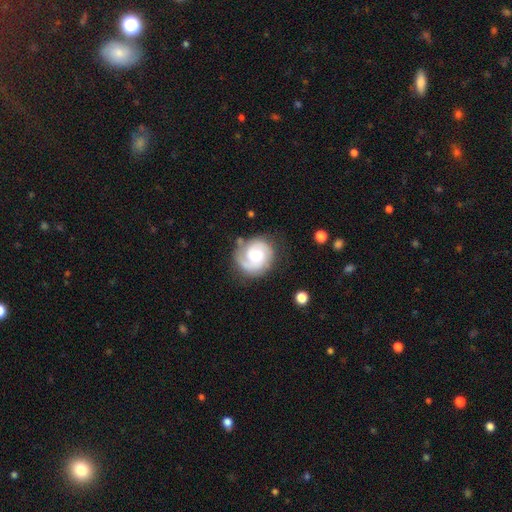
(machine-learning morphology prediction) smooth_or_featured: featured or disk (p=0.73) [alt: smooth p=0.21]
disk_edge_on: no (p=0.98) [alt: yes p=0.02]
bar: no (p=0.64) [alt: weak p=0.31]
has_spiral_arms: yes (p=0.94) [alt: no p=0.06]
spiral_winding: tight (p=0.52) [alt: medium p=0.37]
spiral_arm_count: 2 (p=0.62) [alt: 1 p=0.18]
bulge_size: moderate (p=0.56) [alt: small p=0.25]
merging: none (p=0.73) [alt: minor disturbance p=0.17]